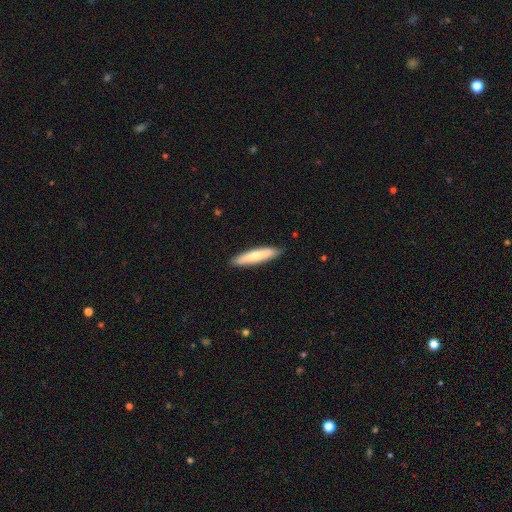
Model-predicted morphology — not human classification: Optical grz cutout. It shows a smooth galaxy with no disk features (71%) that is cigar-shaped (86%). Merging: none (89%).